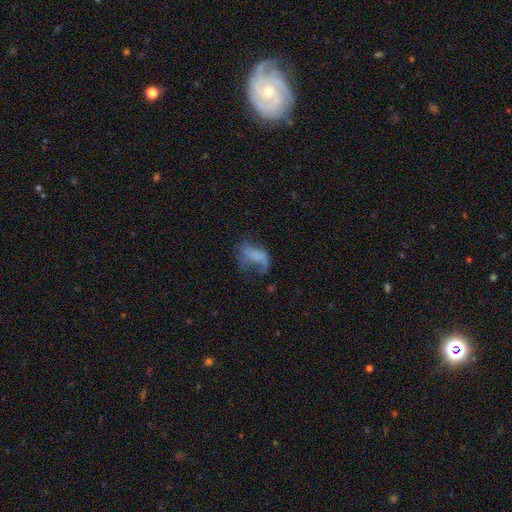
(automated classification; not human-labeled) Smooth or featured: featured or disk — 44% (smooth — 42%)
Merging: major disturbance — 48% (none — 27%)